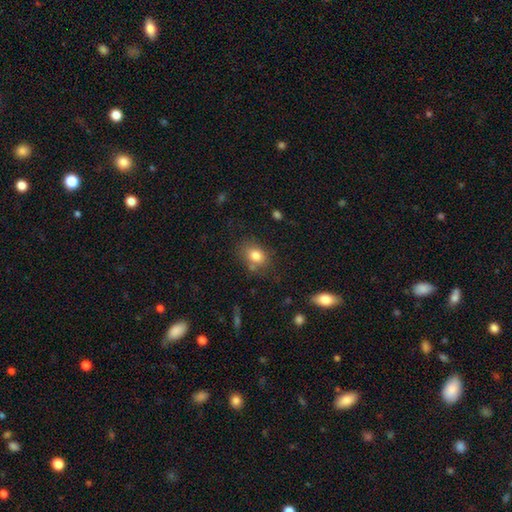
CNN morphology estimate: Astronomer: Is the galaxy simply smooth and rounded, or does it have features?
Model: smooth — 81%.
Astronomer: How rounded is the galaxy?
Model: in between — 63%.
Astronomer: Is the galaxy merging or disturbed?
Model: none — 68%.